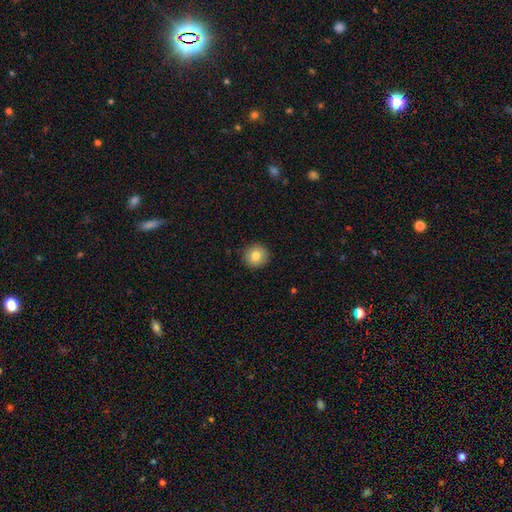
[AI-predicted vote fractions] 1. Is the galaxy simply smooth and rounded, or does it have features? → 81% smooth, 10% featured or disk, 9% star or artifact.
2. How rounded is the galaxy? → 93% round, 6% in between, 1% cigar-shaped.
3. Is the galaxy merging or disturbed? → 91% none, 6% minor disturbance, 2% major disturbance, 1% merger.